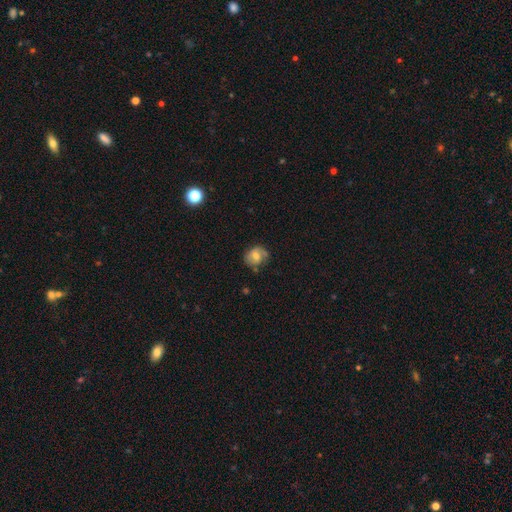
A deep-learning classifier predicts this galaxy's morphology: smooth 55%, featured or disk 36%, star or artifact 9%. Down the decision tree: how rounded — round (63%); merging — none (63%).